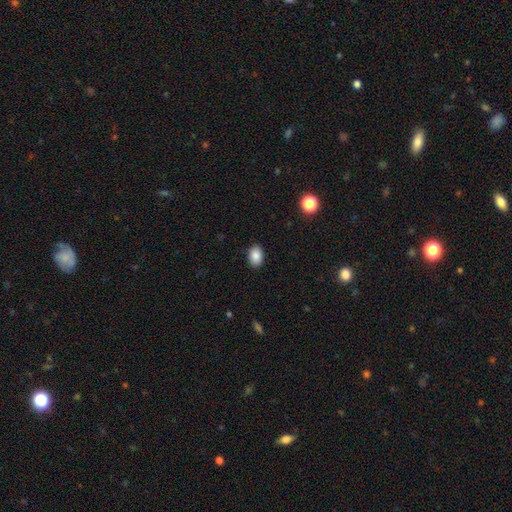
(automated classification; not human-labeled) Smooth or featured? Predicted: smooth (p=0.87). How rounded? Predicted: in between (p=0.78). Merging? Predicted: none (p=0.89).